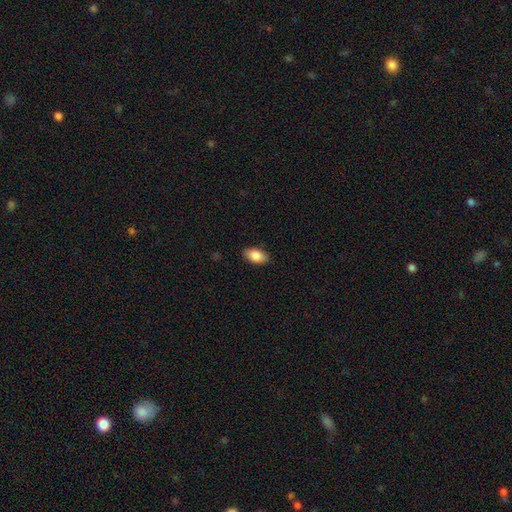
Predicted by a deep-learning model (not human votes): This is clearly a smooth galaxy (87%). How rounded: clearly in between (93%). Merging: clearly none (88%).